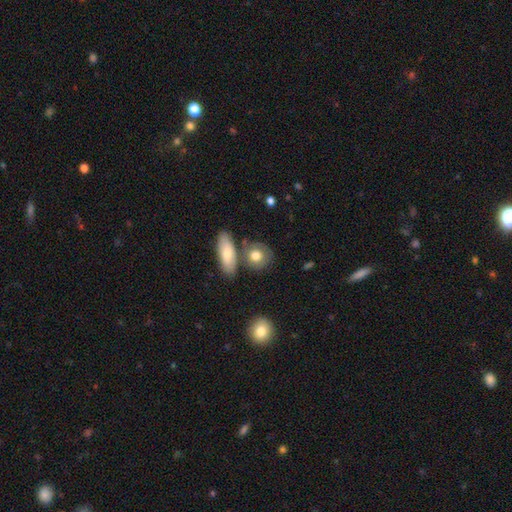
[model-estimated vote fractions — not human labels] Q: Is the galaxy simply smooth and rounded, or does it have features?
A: smooth — 71%.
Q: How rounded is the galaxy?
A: round — 68%.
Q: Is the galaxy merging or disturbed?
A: none — 64%.